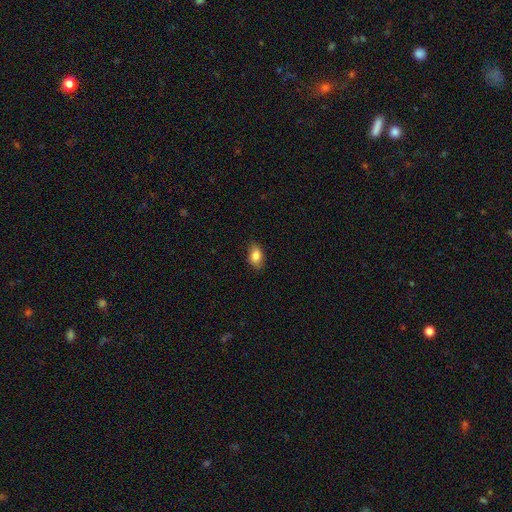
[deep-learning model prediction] Smooth or featured? smooth (84%)
How rounded? in between (87%)
Merging? none (82%)